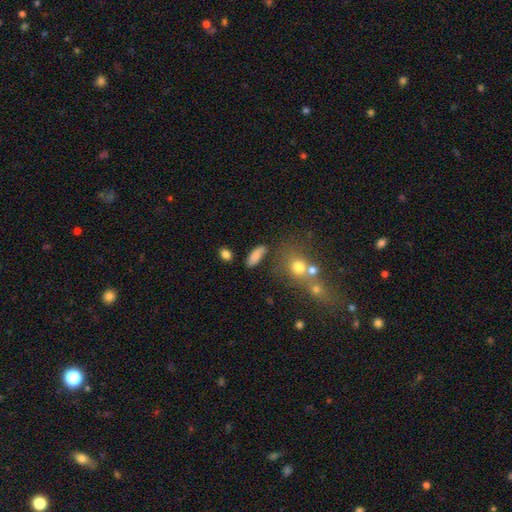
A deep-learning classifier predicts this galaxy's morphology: type=smooth (82%); roundness=in between (63%); merging=none (74%).